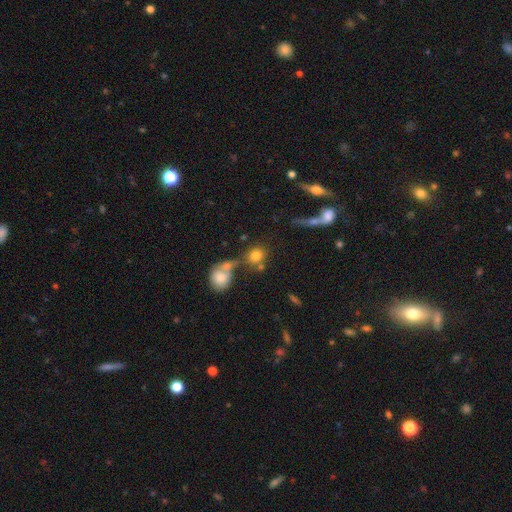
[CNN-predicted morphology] Q: Smooth or featured?
A: smooth (79%); runner-up: star or artifact (11%)
Q: How rounded?
A: round (82%); runner-up: in between (16%)
Q: Merging?
A: none (50%); runner-up: merger (33%)